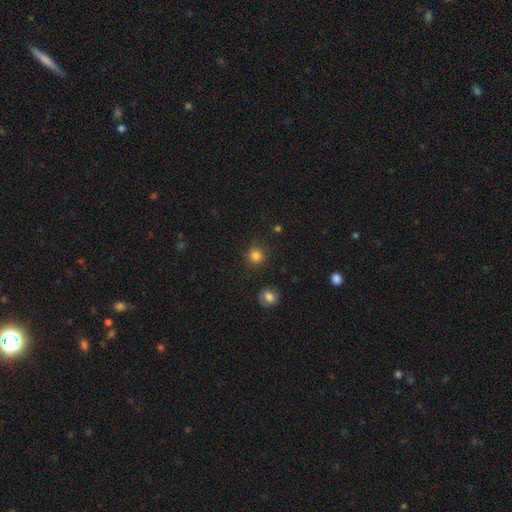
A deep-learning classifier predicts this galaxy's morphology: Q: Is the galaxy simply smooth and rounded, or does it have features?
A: smooth — 82%.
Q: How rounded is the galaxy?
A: round — 92%.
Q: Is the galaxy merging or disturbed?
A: none — 84%.